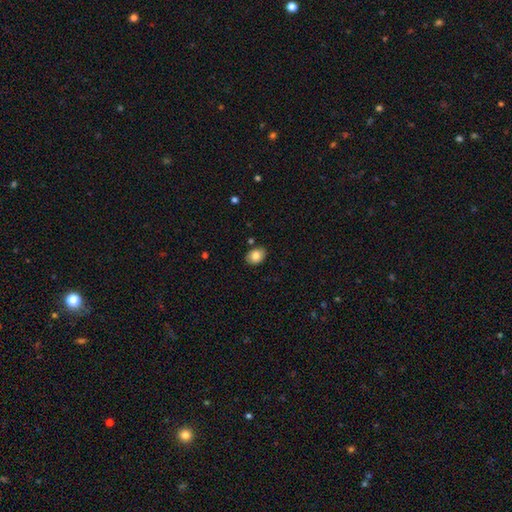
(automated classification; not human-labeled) smooth_or_featured: smooth (p=0.82) [alt: featured or disk p=0.10]
how_rounded: in between (p=0.74) [alt: round p=0.25]
merging: none (p=0.84) [alt: minor disturbance p=0.11]